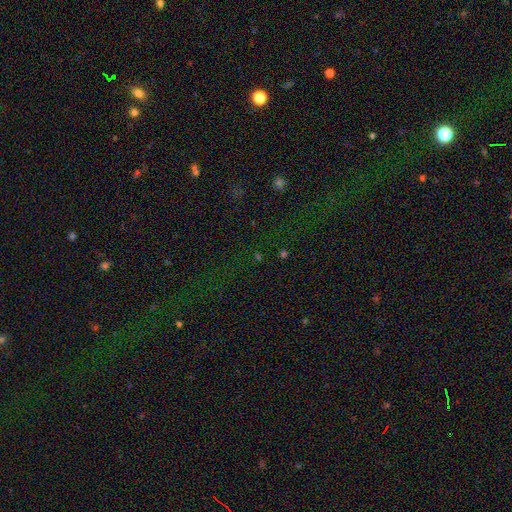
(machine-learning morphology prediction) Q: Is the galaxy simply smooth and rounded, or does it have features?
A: star or artifact — 72%.